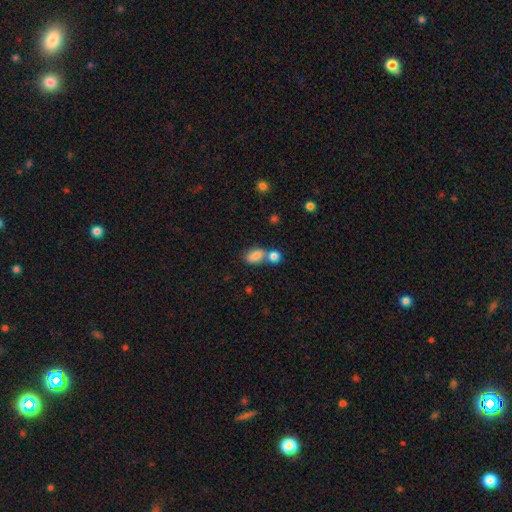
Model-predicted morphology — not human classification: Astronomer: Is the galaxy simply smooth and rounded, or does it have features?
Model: smooth — 82%.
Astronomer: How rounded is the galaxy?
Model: in between — 81%.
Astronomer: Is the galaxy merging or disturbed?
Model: merger — 46% (runner-up: none, 38%).